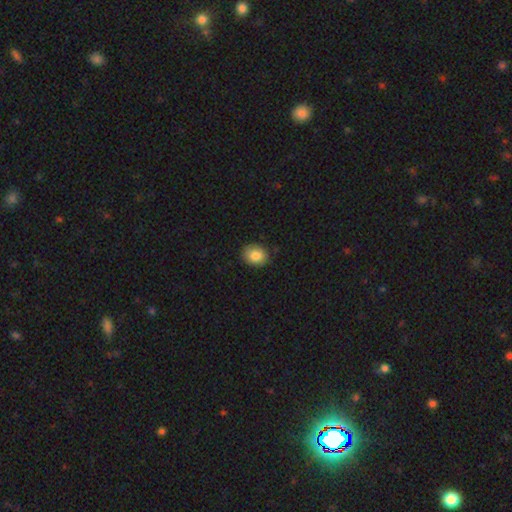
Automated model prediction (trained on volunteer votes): Smooth or featured?
  - smooth: 85% *
  - star or artifact: 9%
  - featured or disk: 6%
How rounded?
  - round: 53% *
  - in between: 46%
  - cigar-shaped: 1%
Merging?
  - none: 86% *
  - minor disturbance: 11%
  - major disturbance: 2%
  - merger: 1%